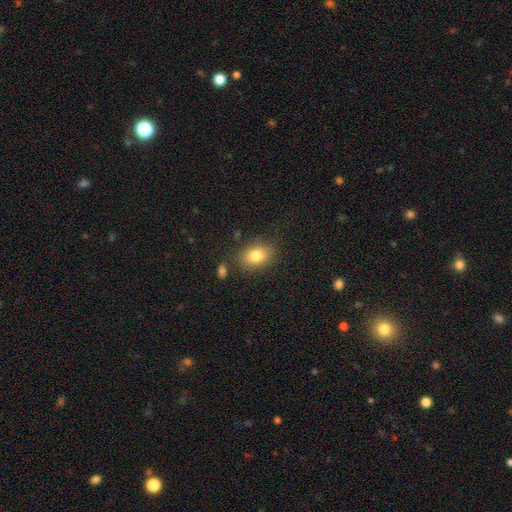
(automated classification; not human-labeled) Smooth or featured?
  - smooth: 80% *
  - featured or disk: 10%
  - star or artifact: 10%
How rounded?
  - in between: 66% *
  - round: 33%
  - cigar-shaped: 1%
Merging?
  - none: 79% *
  - minor disturbance: 14%
  - major disturbance: 4%
  - merger: 3%